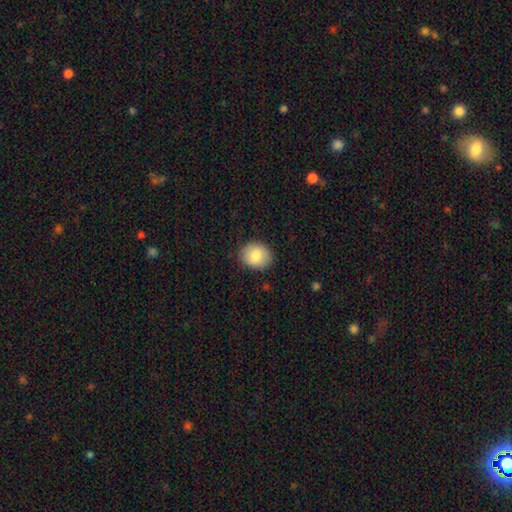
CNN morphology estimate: type=smooth (84%); roundness=round (59%); merging=none (86%).